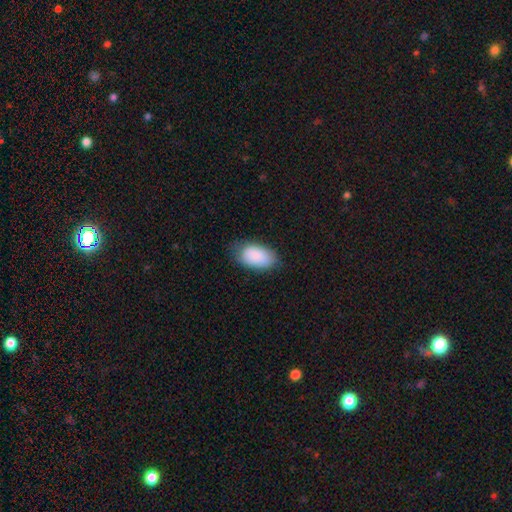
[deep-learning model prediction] A smooth galaxy with no disk features (88%) that is in between round and cigar-shaped (94%).

Vote fractions:
- Smooth or featured? smooth: 88% / star or artifact: 6% / featured or disk: 6%
- How rounded? in between: 94% / round: 4% / cigar-shaped: 2%
- Merging? none: 72% / minor disturbance: 22% / major disturbance: 5% / merger: 1%